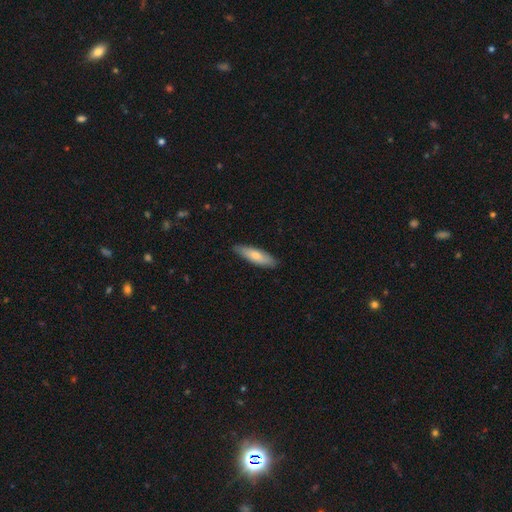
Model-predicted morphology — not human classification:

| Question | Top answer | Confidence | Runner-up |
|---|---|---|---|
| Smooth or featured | smooth | 70% | featured or disk (25%) |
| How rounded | cigar-shaped | 61% | in between (37%) |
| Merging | none | 86% | minor disturbance (11%) |